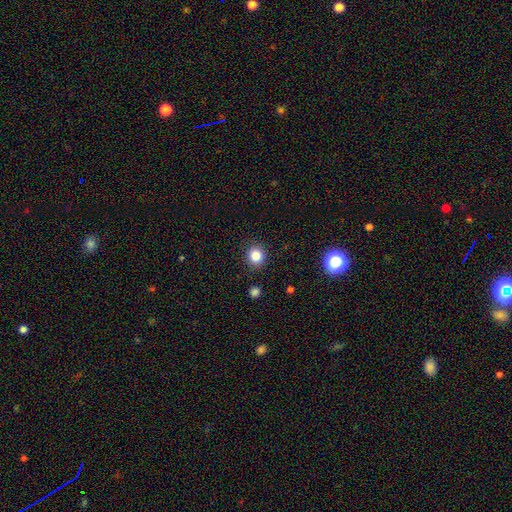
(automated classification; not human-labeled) The model was most divided on "how rounded": round: 86%, in between: 13%, cigar-shaped: 1%. More confident: merging — none (88%); smooth or featured — smooth (85%).